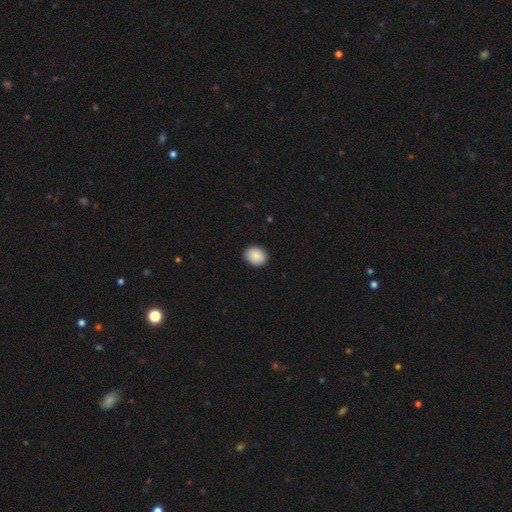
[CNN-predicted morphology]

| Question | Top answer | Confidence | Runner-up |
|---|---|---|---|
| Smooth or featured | smooth | 89% | star or artifact (7%) |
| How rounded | in between | 51% | round (48%) |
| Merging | none | 89% | minor disturbance (9%) |